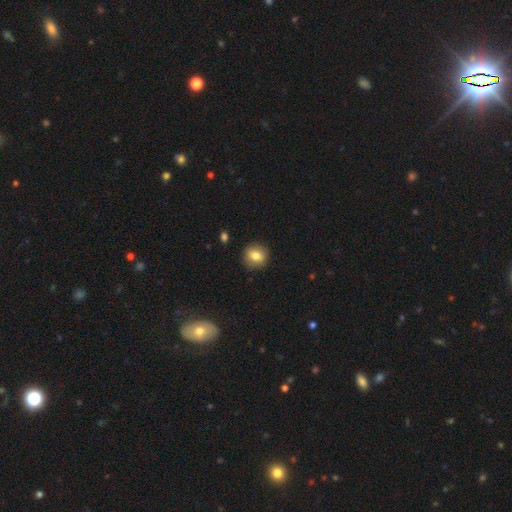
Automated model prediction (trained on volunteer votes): A smooth galaxy with no disk features (80%) that is round (83%). Merging: none (87%).